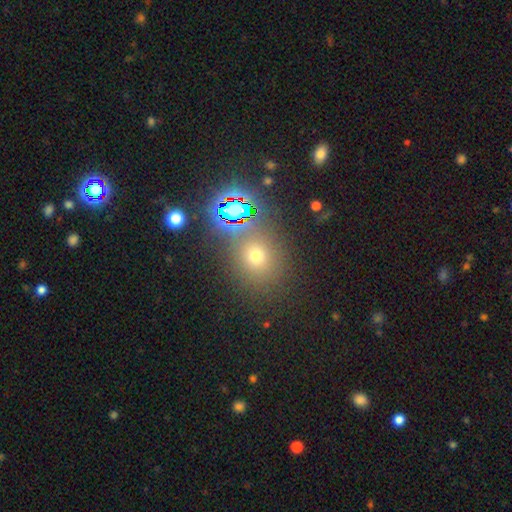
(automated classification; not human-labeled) This appears to be a smooth galaxy with no disk features (57%) that is round (75%). Merging: none (78%).